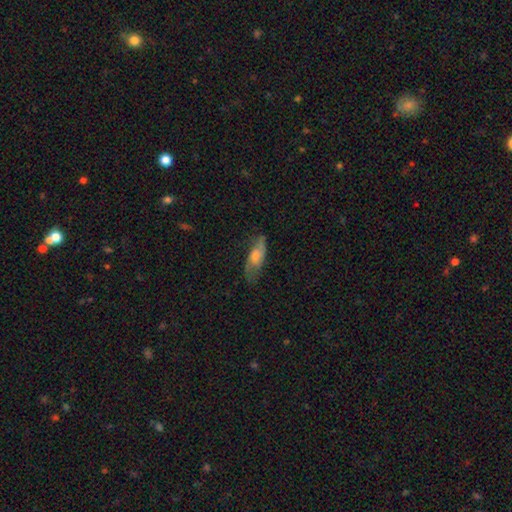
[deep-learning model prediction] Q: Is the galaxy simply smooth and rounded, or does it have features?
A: featured or disk — 51%.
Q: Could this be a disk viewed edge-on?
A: no — 73%.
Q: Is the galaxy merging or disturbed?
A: none — 67%.